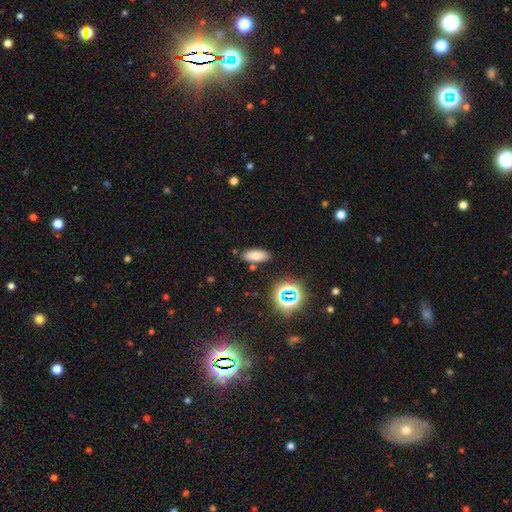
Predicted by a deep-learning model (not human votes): smooth-or-featured: smooth: 71% | star or artifact: 17% | featured or disk: 12%
  how-rounded: in between: 75% | cigar-shaped: 19% | round: 5%
  merging: none: 84% | minor disturbance: 10% | merger: 4% | major disturbance: 3%